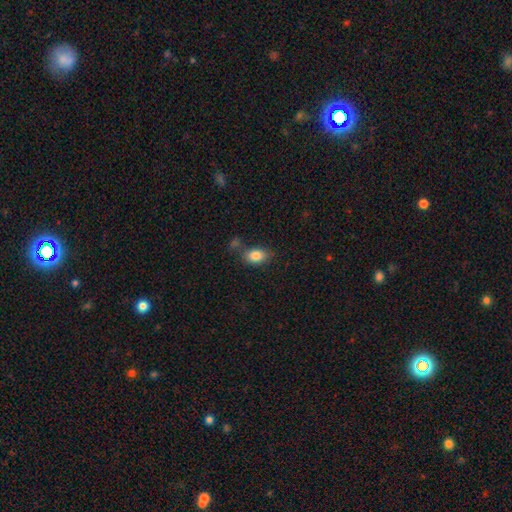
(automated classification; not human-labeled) The model was most divided on "merging": none: 66%, minor disturbance: 16%, merger: 12%, major disturbance: 5%. More confident: smooth or featured — smooth (84%); how rounded — in between (83%).